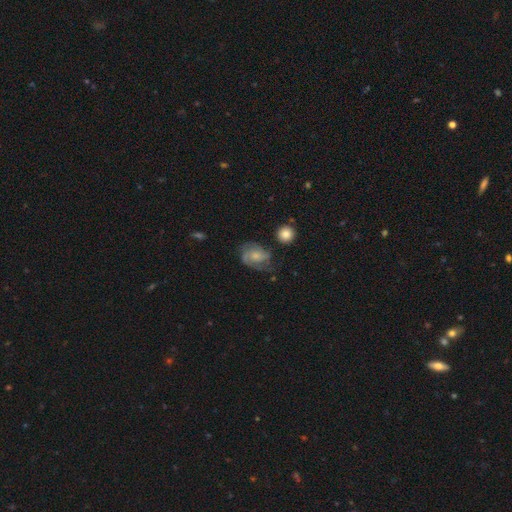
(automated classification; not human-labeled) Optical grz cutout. It shows a featured or disk galaxy (68%) with no bar (68%), 2 (46%) medium (46%) spiral arms (90%) and a small central bulge (50%). Merging: none (53%).